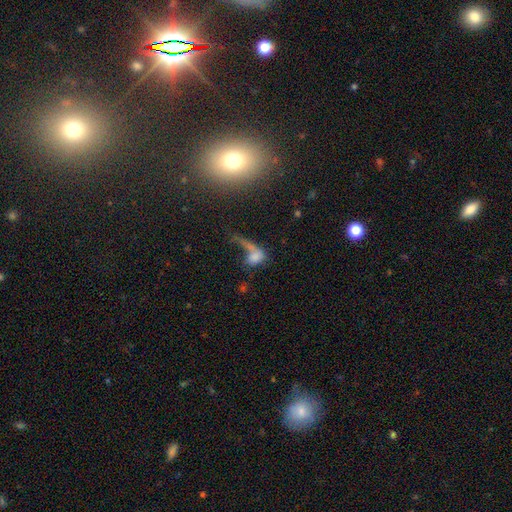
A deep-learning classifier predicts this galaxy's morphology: This is possibly a smooth galaxy (60%). How rounded: likely in between (70%). Merging: marginally major disturbance (44%).